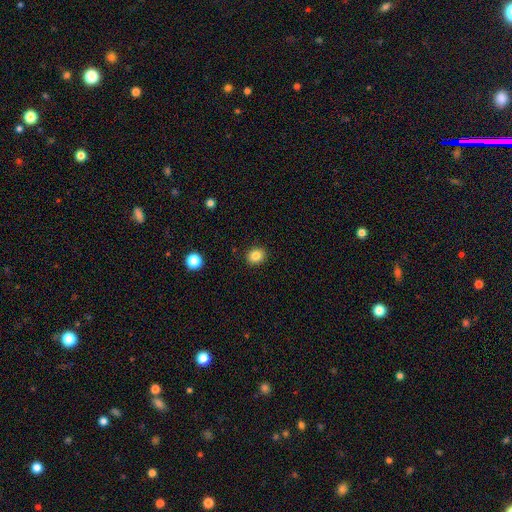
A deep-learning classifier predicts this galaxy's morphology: Overall: smooth (85%). How rounded: round (72%). Merging: none (91%).